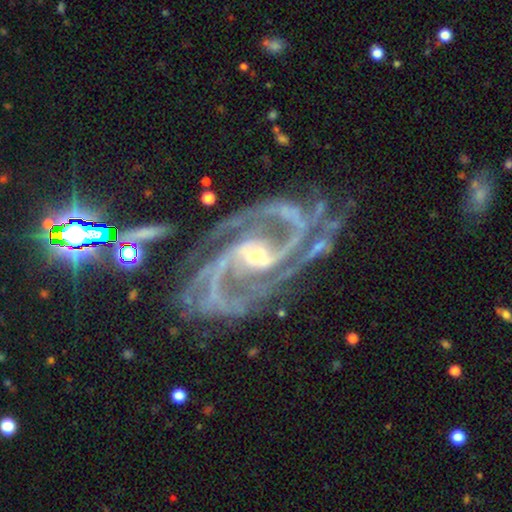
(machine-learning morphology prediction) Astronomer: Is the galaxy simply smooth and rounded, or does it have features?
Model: featured or disk — 94%.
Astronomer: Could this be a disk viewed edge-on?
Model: no — 98%.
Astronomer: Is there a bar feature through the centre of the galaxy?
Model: weak — 41% (runner-up: strong, 35%).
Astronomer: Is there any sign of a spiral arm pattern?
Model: yes — 99%.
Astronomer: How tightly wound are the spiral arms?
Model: medium — 59%.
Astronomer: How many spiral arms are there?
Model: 2 — 73%.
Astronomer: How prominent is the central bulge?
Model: small — 53% (runner-up: moderate, 43%).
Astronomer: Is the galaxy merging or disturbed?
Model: none — 65%.